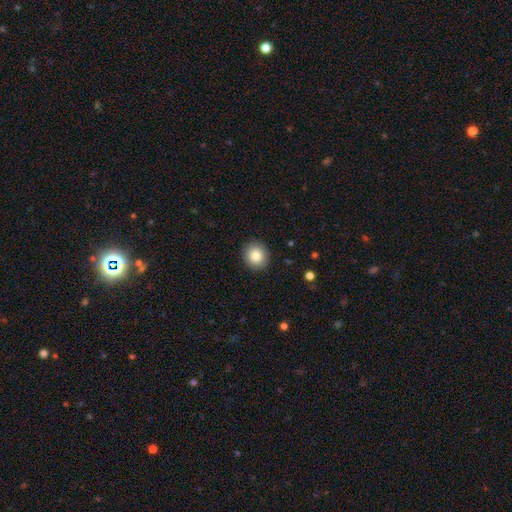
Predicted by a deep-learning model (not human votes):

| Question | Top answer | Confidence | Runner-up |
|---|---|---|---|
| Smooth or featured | smooth | 84% | star or artifact (9%) |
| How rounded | round | 90% | in between (9%) |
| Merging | none | 91% | minor disturbance (6%) |